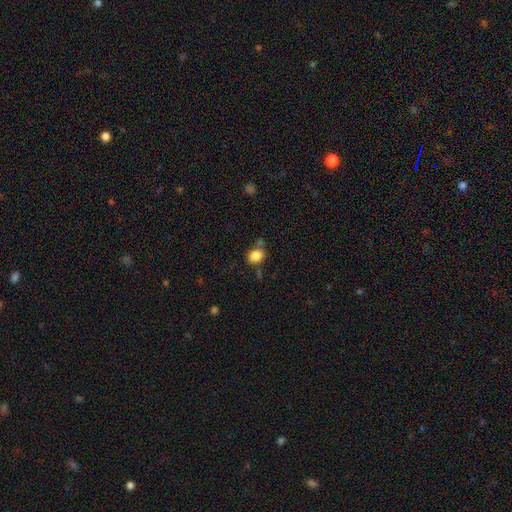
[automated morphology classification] smooth-or-featured: smooth: 84% | star or artifact: 10% | featured or disk: 6%
  how-rounded: round: 56% | in between: 43% | cigar-shaped: 1%
  merging: none: 67% | minor disturbance: 17% | merger: 11% | major disturbance: 5%